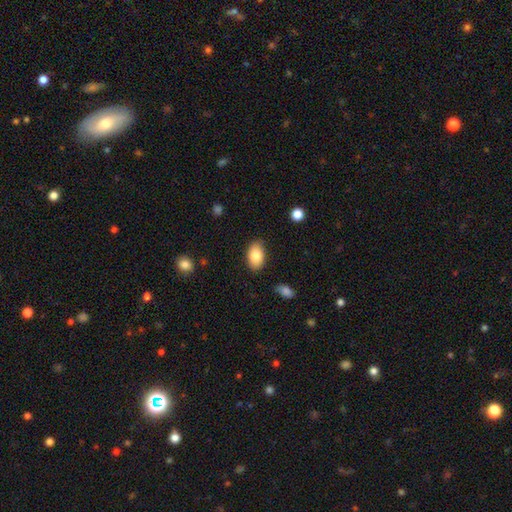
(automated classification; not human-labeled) A smooth galaxy with no disk features (83%) that is in between round and cigar-shaped (91%). Merging: none (84%).